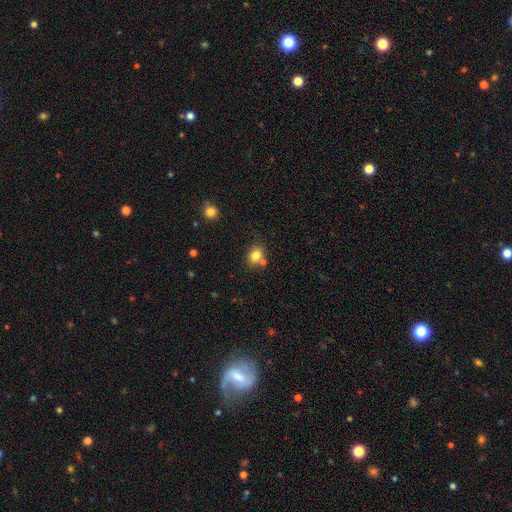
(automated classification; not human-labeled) The model was most divided on "how rounded": in between: 57%, round: 42%, cigar-shaped: 1%. More confident: smooth or featured — smooth (81%); merging — none (66%).